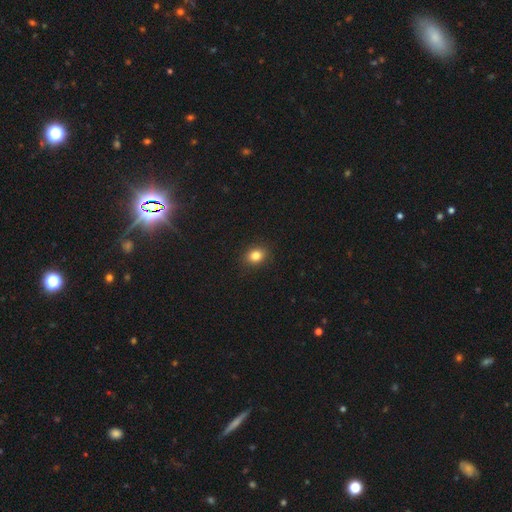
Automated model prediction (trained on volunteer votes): Smooth or featured? smooth (83%)
How rounded? in between (50%)
Merging? none (89%)